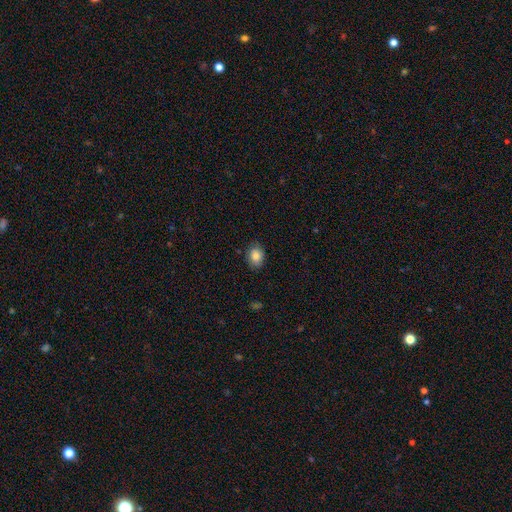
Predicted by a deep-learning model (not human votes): A smooth galaxy with no disk features (84%) that is in between round and cigar-shaped (60%). Merging: none (85%).